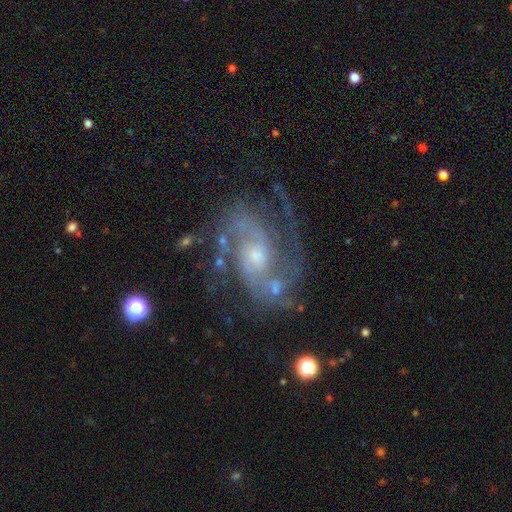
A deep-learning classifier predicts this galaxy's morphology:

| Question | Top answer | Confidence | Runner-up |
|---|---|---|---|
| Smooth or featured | featured or disk | 89% | star or artifact (7%) |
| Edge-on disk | no | 97% | yes (3%) |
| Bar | no | 56% | weak (35%) |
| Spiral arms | yes | 97% | no (3%) |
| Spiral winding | medium | 55% | tight (29%) |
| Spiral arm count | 2 | 77% | can't tell (7%) |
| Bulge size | small | 55% | moderate (37%) |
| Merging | none | 67% | minor disturbance (17%) |